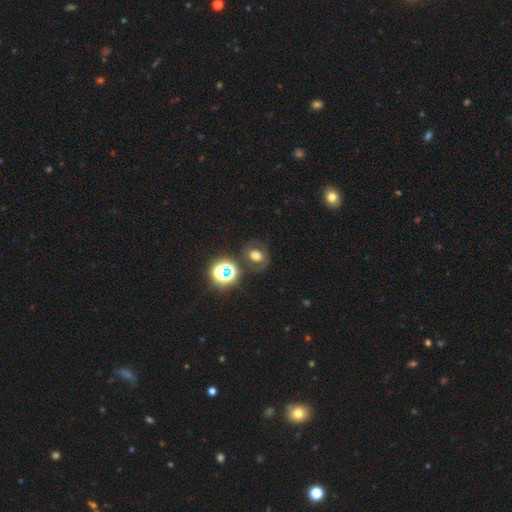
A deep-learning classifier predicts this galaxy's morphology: smooth-or-featured: smooth: 53% | featured or disk: 26% | star or artifact: 21%
  how-rounded: round: 56% | in between: 43% | cigar-shaped: 1%
  merging: none: 73% | minor disturbance: 13% | merger: 7% | major disturbance: 7%